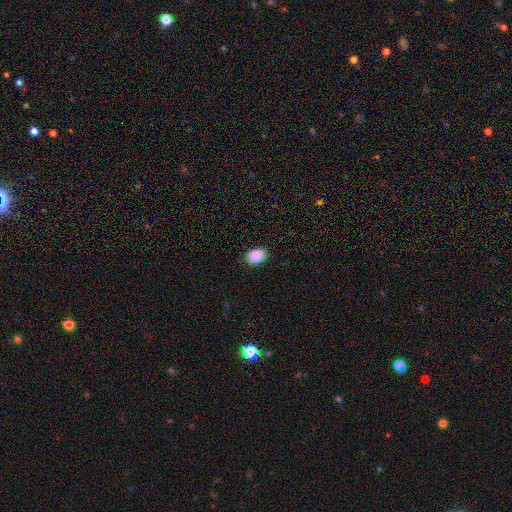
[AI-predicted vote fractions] Morphology: type=smooth (90%); roundness=in between (80%); merging=none (83%).